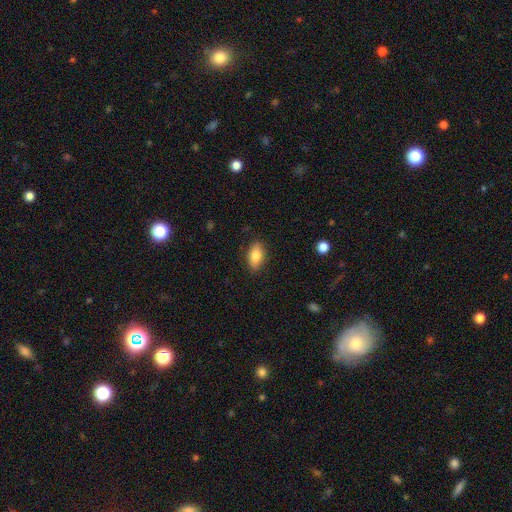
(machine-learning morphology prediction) A smooth galaxy with no disk features (81%) that is in between round and cigar-shaped (87%). Merging: none (86%).